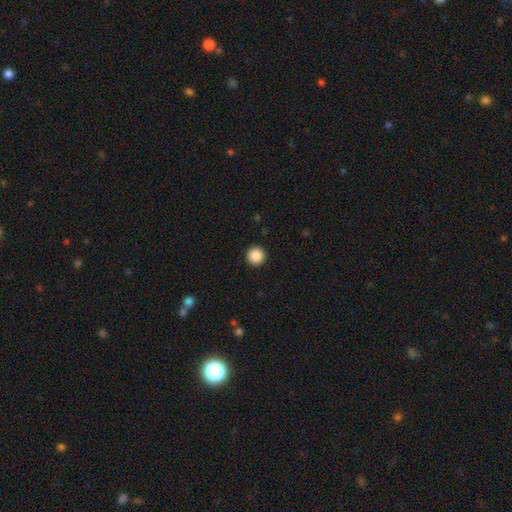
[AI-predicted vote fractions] A smooth galaxy with no disk features (88%) that is round (96%). Merging: none (93%).